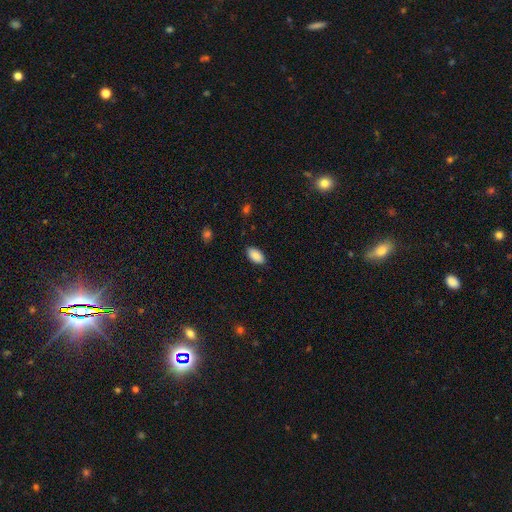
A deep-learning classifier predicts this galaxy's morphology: Smooth or featured? smooth (90%)
How rounded? in between (95%)
Merging? none (87%)